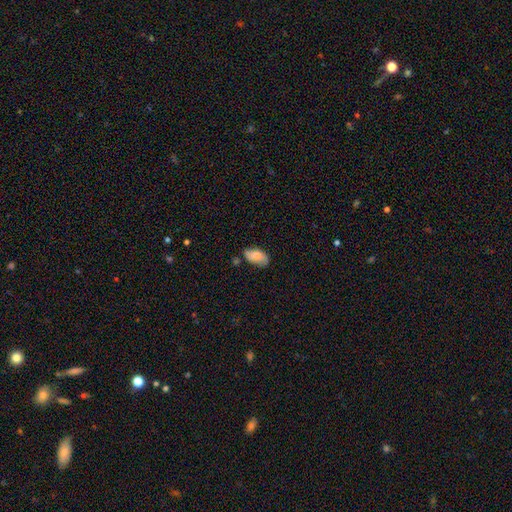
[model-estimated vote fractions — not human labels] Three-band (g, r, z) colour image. It shows a smooth galaxy with no disk features (78%) that is in between round and cigar-shaped (93%). Merging: none (66%).